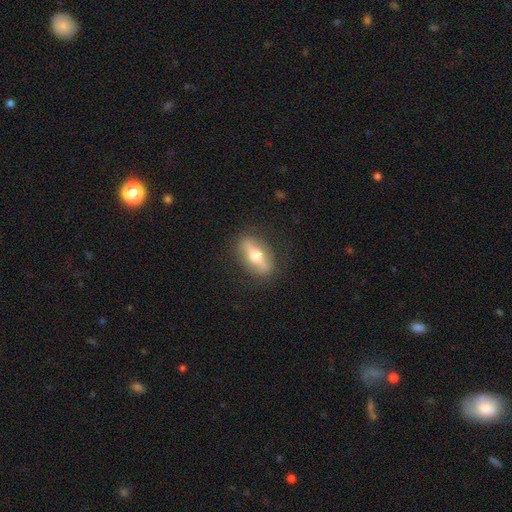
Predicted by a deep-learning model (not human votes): Overall: featured or disk (56%; smooth 37%). Edge-on disk: yes (63%; no 37%). Merging: none (84%).